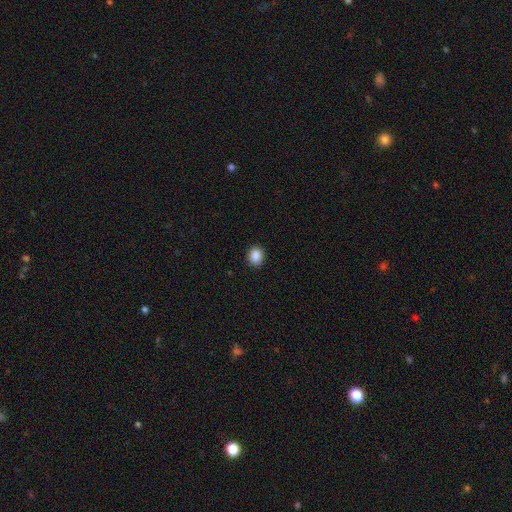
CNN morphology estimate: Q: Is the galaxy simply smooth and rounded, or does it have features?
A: smooth — 88%.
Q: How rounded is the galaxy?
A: round — 65%.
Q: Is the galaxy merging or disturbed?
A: none — 90%.